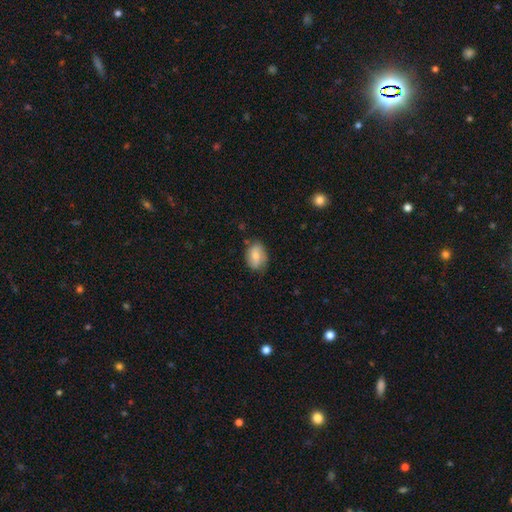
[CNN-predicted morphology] Smooth or featured?
  - smooth: 74% *
  - featured or disk: 19%
  - star or artifact: 7%
How rounded?
  - in between: 78% *
  - round: 21%
  - cigar-shaped: 1%
Merging?
  - none: 72% *
  - minor disturbance: 22%
  - major disturbance: 4%
  - merger: 2%